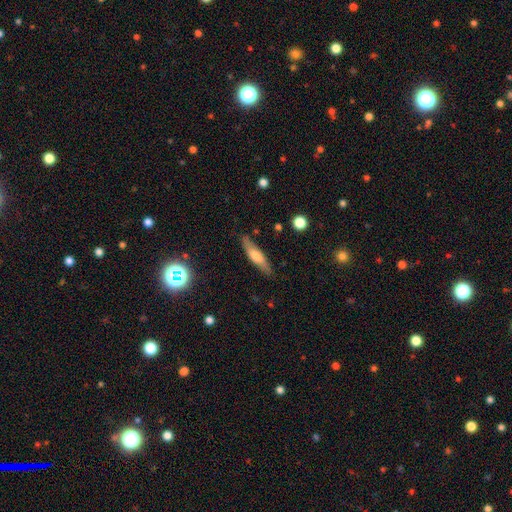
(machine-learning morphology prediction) Smooth or featured? smooth (51%)
How rounded? cigar-shaped (77%)
Merging? none (84%)